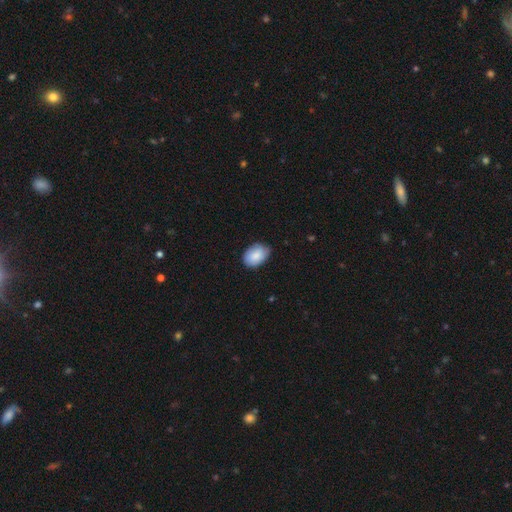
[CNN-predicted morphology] smooth_or_featured: smooth (p=0.85) [alt: featured or disk p=0.09]
how_rounded: in between (p=0.83) [alt: round p=0.16]
merging: none (p=0.73) [alt: minor disturbance p=0.23]